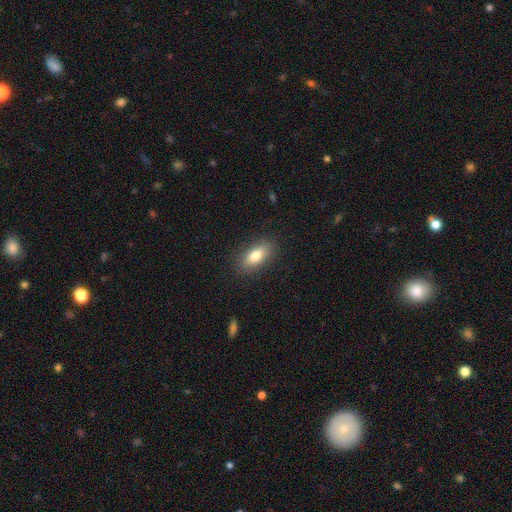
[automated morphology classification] The model was most divided on "smooth or featured": smooth: 80%, featured or disk: 12%, star or artifact: 8%. More confident: merging — none (87%); how rounded — in between (84%).